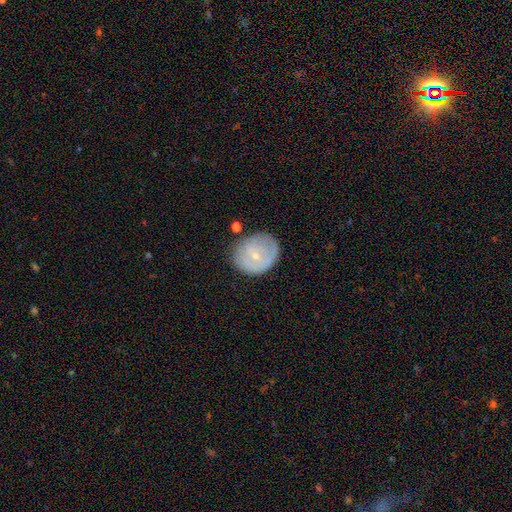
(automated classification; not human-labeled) Smooth or featured? Predicted: smooth (p=0.50). Merging? Predicted: none (p=0.69).